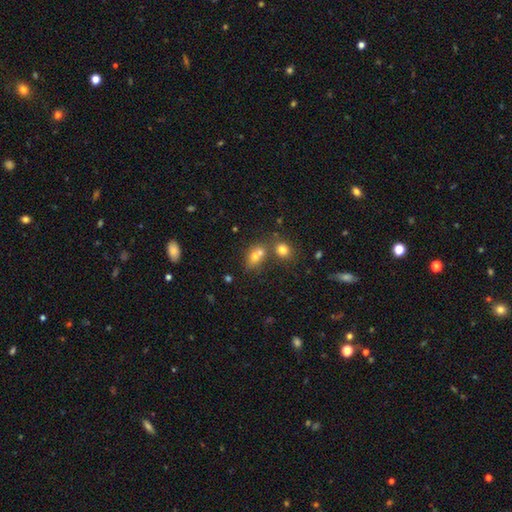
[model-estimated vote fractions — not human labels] This appears to be a smooth galaxy with no disk features (70%) that is in between round and cigar-shaped (60%). Merging: merger (48%).